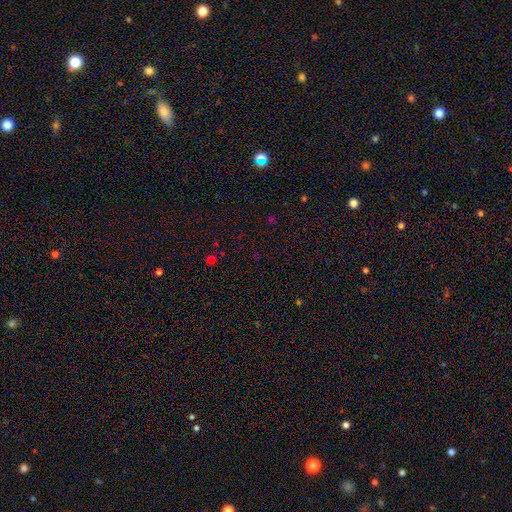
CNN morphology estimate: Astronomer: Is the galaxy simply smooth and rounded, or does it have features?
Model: star or artifact — 63%.